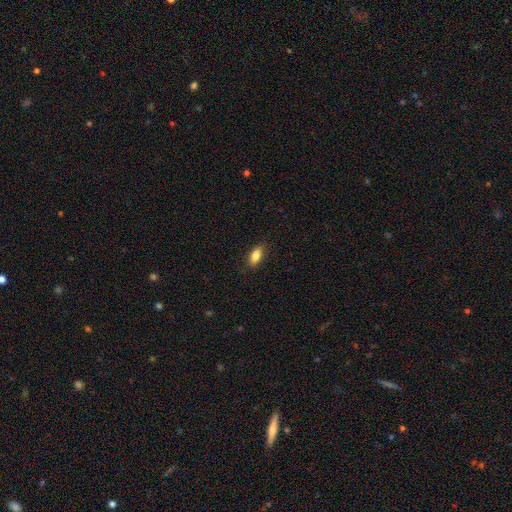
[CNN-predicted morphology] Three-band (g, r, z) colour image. It shows a smooth galaxy with no disk features (85%) that is in between round and cigar-shaped (84%). Merging: none (86%).